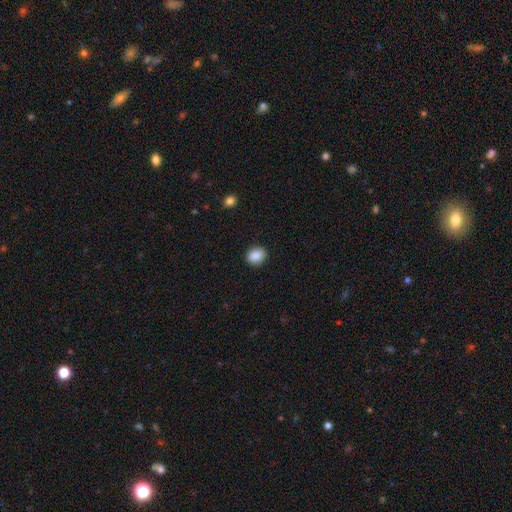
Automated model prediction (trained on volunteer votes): This appears to be a smooth galaxy with no disk features (88%) that is round (62%). Merging: none (90%).